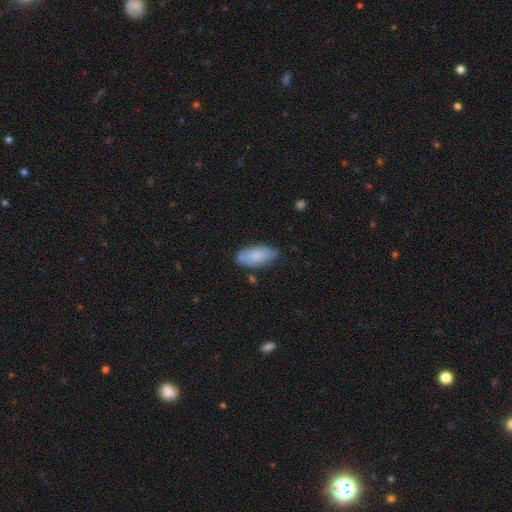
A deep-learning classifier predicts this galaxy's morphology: Smooth or featured: smooth — 74% (featured or disk — 19%)
How rounded: in between — 91% (cigar-shaped — 7%)
Merging: none — 67% (minor disturbance — 23%)